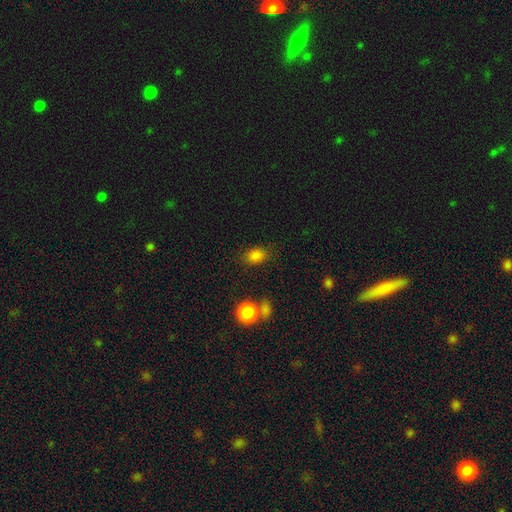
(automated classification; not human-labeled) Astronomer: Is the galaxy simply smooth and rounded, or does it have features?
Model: smooth — 83%.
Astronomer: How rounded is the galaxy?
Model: in between — 71%.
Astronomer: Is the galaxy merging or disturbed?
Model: none — 79%.